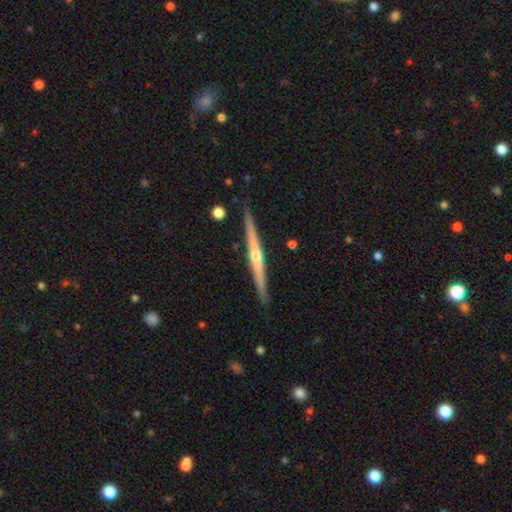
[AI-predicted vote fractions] Morphology: type=featured or disk (79%); edge-on=yes (98%); edge-on bulge=rounded (83%); merging=none (90%).